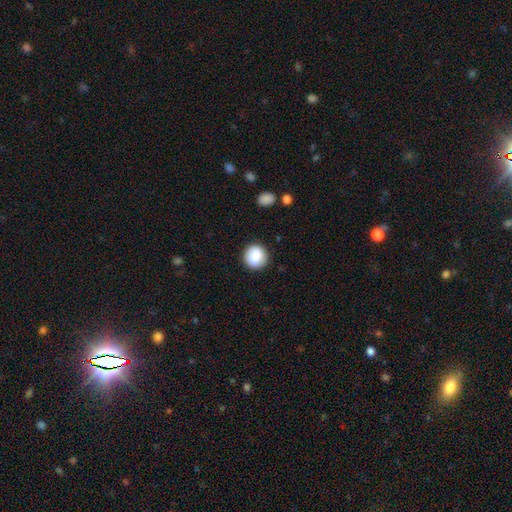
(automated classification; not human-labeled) Smooth or featured? smooth (87%)
How rounded? round (88%)
Merging? none (88%)